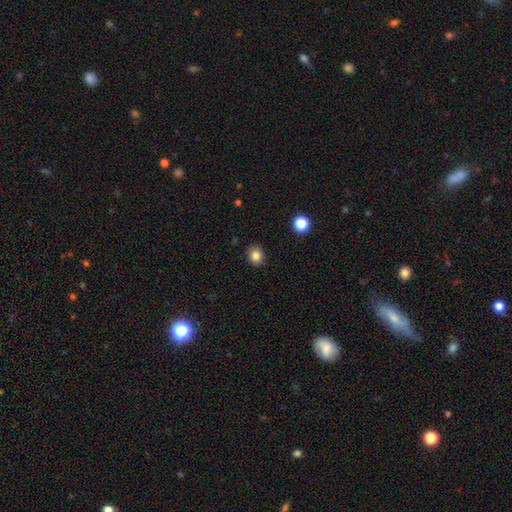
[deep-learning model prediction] Q: Smooth or featured?
A: smooth (83%); runner-up: star or artifact (11%)
Q: How rounded?
A: round (70%); runner-up: in between (29%)
Q: Merging?
A: none (90%); runner-up: minor disturbance (7%)